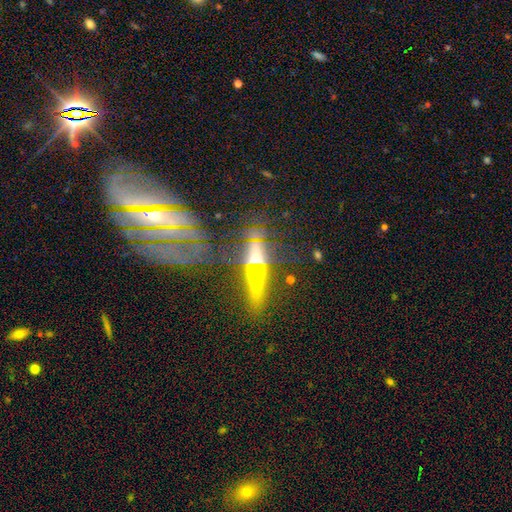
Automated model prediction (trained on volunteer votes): Q: Smooth or featured?
A: featured or disk (46%); runner-up: star or artifact (28%)
Q: Merging?
A: none (50%); runner-up: major disturbance (17%)